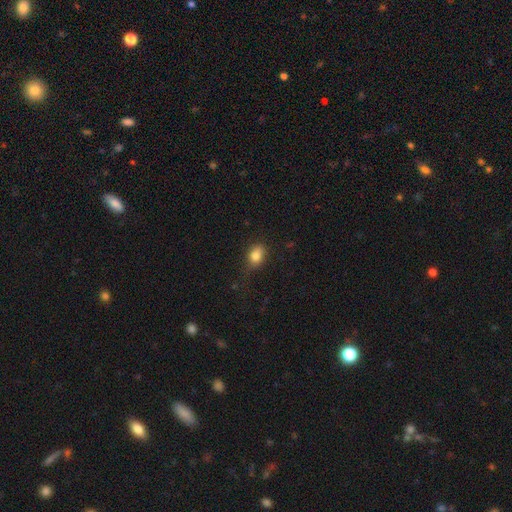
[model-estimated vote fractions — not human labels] Overall: smooth (83%). How rounded: in between (70%). Merging: none (65%; minor disturbance 26%).